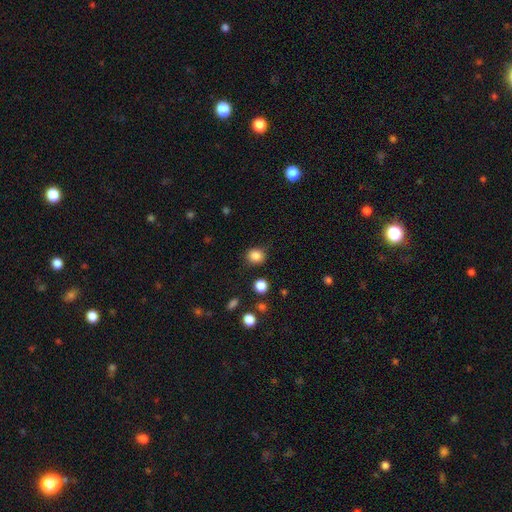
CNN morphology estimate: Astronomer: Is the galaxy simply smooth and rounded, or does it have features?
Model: smooth — 84%.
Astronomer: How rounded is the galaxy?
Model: round — 76%.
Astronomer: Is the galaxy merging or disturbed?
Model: none — 86%.